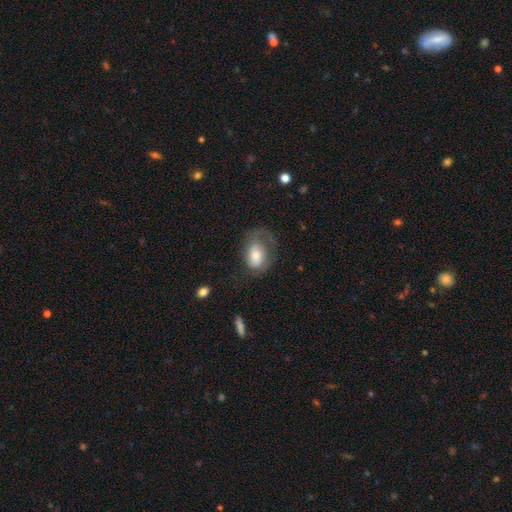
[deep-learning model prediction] smooth 61%, featured or disk 31%, star or artifact 8%. Down the decision tree: how rounded — in between (76%); merging — major disturbance (38%).